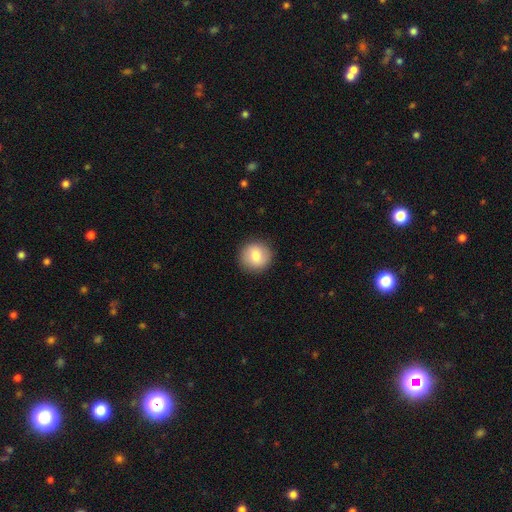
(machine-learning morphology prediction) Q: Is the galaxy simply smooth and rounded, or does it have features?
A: smooth — 78%.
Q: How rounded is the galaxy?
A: round — 93%.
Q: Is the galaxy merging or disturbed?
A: none — 91%.